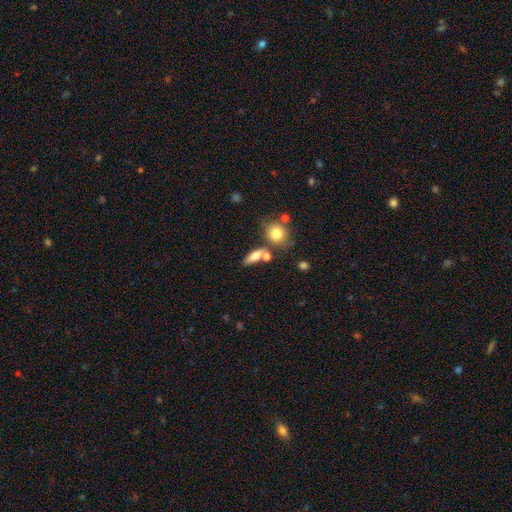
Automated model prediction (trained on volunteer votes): smooth_or_featured: smooth (p=0.71) [alt: featured or disk p=0.20]
how_rounded: in between (p=0.57) [alt: cigar-shaped p=0.30]
merging: none (p=0.56) [alt: merger p=0.24]